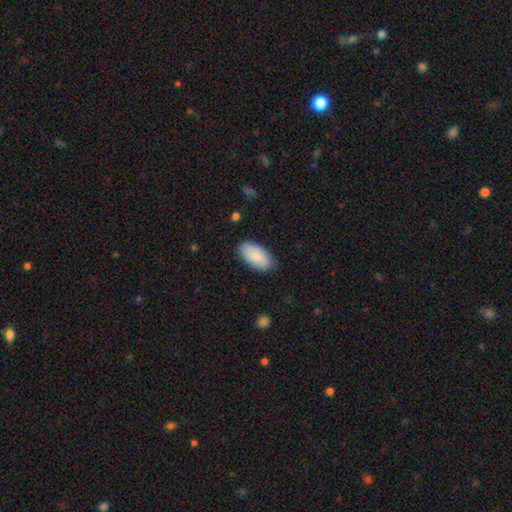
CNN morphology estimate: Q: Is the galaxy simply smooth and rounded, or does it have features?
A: smooth — 80%.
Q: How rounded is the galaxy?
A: in between — 95%.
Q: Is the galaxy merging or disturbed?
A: none — 82%.